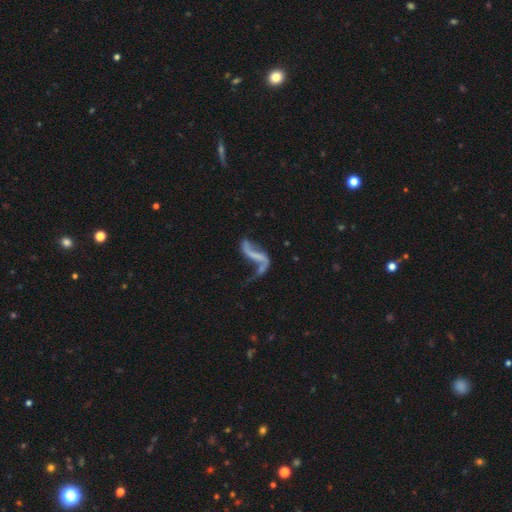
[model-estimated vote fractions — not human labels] The model was most divided on "bar": no: 37%, strong: 34%, weak: 29%. Remaining: edge-on disk — no (95%); spiral winding — loose (90%); spiral arms — yes (86%); spiral arm count — 2 (82%); smooth or featured — featured or disk (80%); bulge size — none (68%); merging — none (45%).